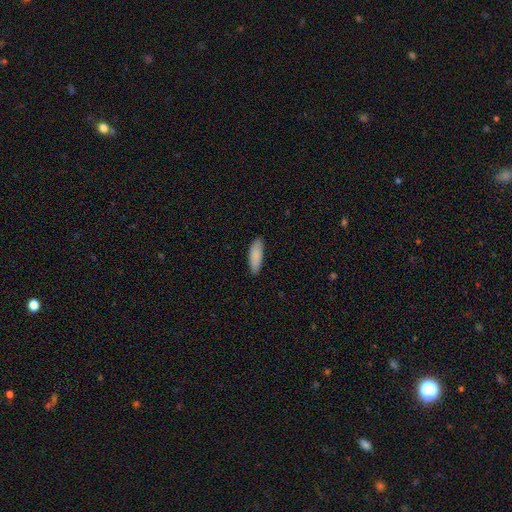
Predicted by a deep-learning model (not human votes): Smooth or featured? smooth (88%)
How rounded? in between (59%)
Merging? none (87%)